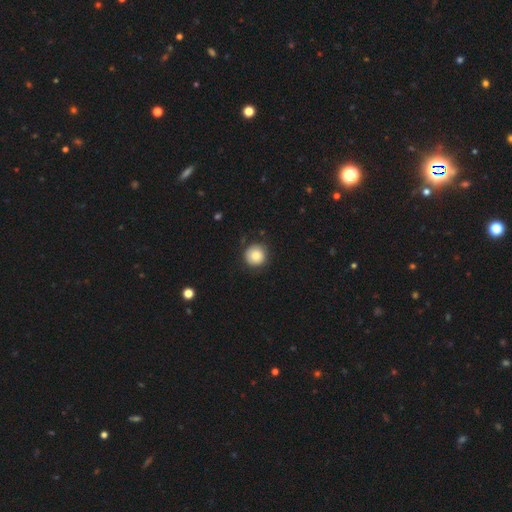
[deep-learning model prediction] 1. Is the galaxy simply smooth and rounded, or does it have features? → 83% smooth, 9% featured or disk, 8% star or artifact.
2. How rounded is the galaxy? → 95% round, 4% in between, 1% cigar-shaped.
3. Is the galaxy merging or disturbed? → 82% none, 13% minor disturbance, 4% major disturbance, 1% merger.